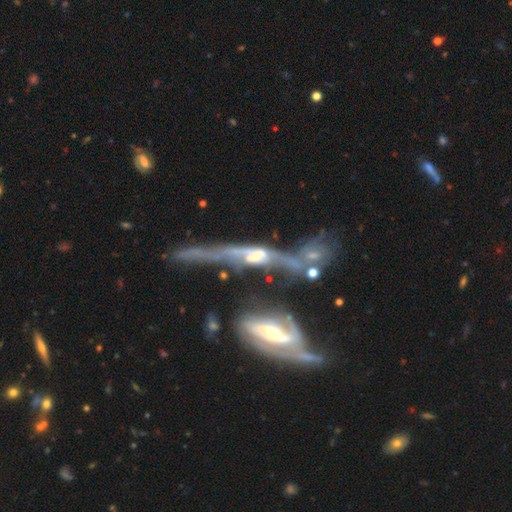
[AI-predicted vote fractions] Smooth or featured? featured or disk (82%)
Edge-on disk? yes (68%)
Edge-on bulge? rounded (66%)
Merging? merger (35%)